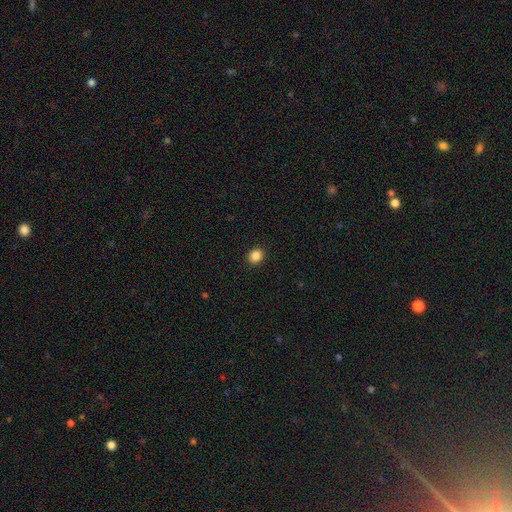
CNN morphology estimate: Smooth or featured?
  - smooth: 87% *
  - star or artifact: 10%
  - featured or disk: 3%
How rounded?
  - round: 70% *
  - in between: 29%
  - cigar-shaped: 1%
Merging?
  - none: 92% *
  - minor disturbance: 5%
  - major disturbance: 2%
  - merger: 1%